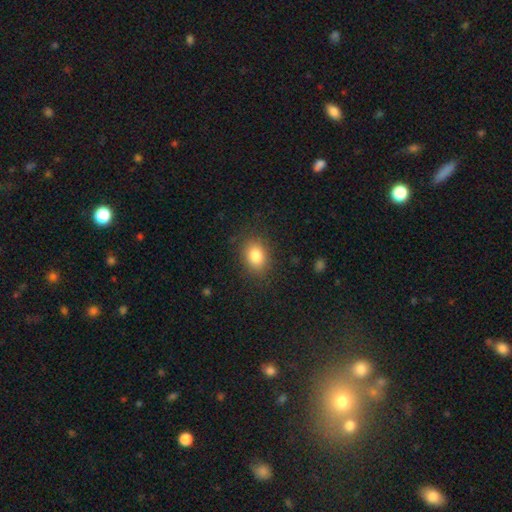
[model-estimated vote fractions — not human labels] smooth-or-featured: smooth: 83% | star or artifact: 10% | featured or disk: 8%
  how-rounded: in between: 66% | round: 33% | cigar-shaped: 1%
  merging: none: 85% | minor disturbance: 11% | major disturbance: 4% | merger: 1%